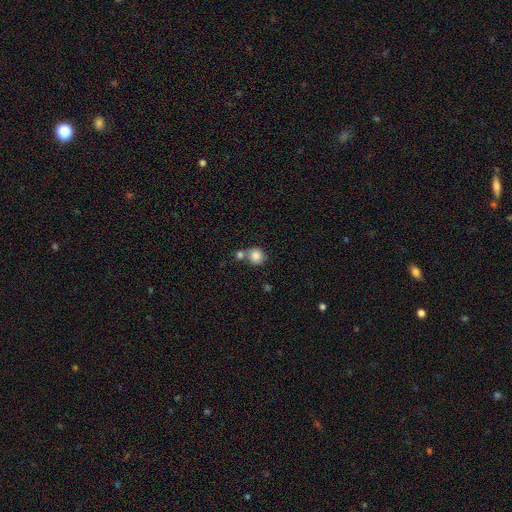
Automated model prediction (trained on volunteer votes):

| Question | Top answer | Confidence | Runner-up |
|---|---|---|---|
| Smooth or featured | smooth | 84% | star or artifact (9%) |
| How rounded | round | 86% | in between (13%) |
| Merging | none | 55% | merger (32%) |